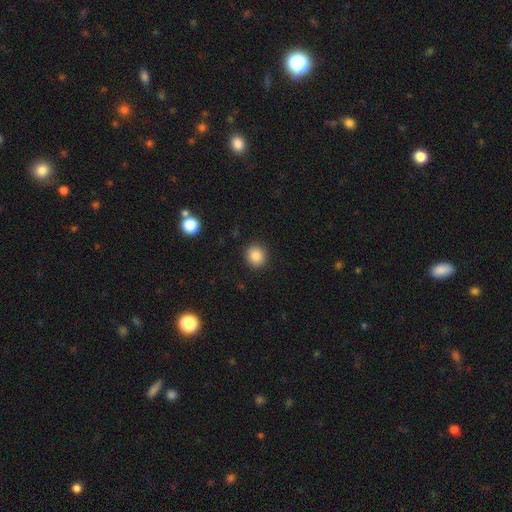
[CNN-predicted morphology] smooth 85%, star or artifact 10%, featured or disk 5%. Down the decision tree: how rounded — round (84%); merging — none (91%).